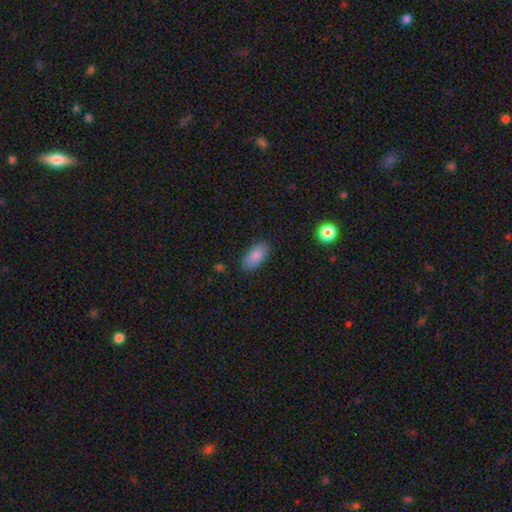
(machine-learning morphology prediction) smooth_or_featured: smooth (p=0.83) [alt: featured or disk p=0.10]
how_rounded: in between (p=0.91) [alt: cigar-shaped p=0.06]
merging: none (p=0.83) [alt: minor disturbance p=0.13]